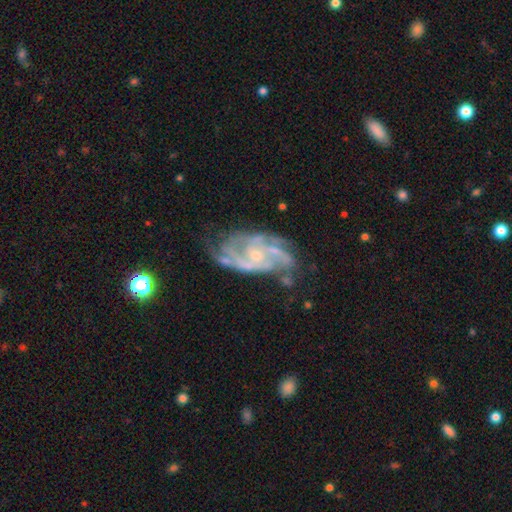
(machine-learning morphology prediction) Smooth or featured?
  - featured or disk: 88% *
  - star or artifact: 6%
  - smooth: 6%
Edge-on disk?
  - no: 97% *
  - yes: 3%
Bar?
  - no: 60% *
  - weak: 33%
  - strong: 8%
Spiral arms?
  - yes: 95% *
  - no: 5%
Spiral winding?
  - medium: 47% *
  - tight: 41%
  - loose: 12%
Spiral arm count?
  - 2: 30% *
  - 3: 28%
  - can't tell: 20%
  - 4: 12%
  - more than 4: 5%
  - 1: 5%
Bulge size?
  - small: 67% *
  - moderate: 26%
  - none: 5%
  - large: 1%
  - dominant: 1%
Merging?
  - none: 57% *
  - minor disturbance: 25%
  - major disturbance: 14%
  - merger: 3%